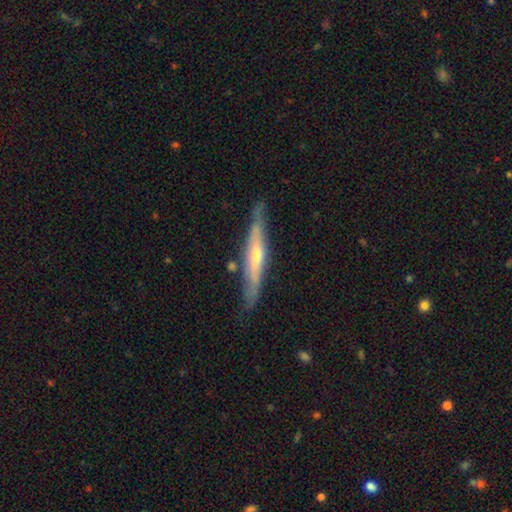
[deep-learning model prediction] A featured or disk galaxy (67%) viewed edge-on (90%) with a rounded central bulge (62%).

Vote fractions:
- Smooth or featured? featured or disk: 67% / smooth: 27% / star or artifact: 6%
- Edge-on disk? yes: 90% / no: 10%
- Edge-on bulge? rounded: 62% / none: 27% / boxy: 11%
- Merging? none: 78% / minor disturbance: 16% / major disturbance: 3% / merger: 2%